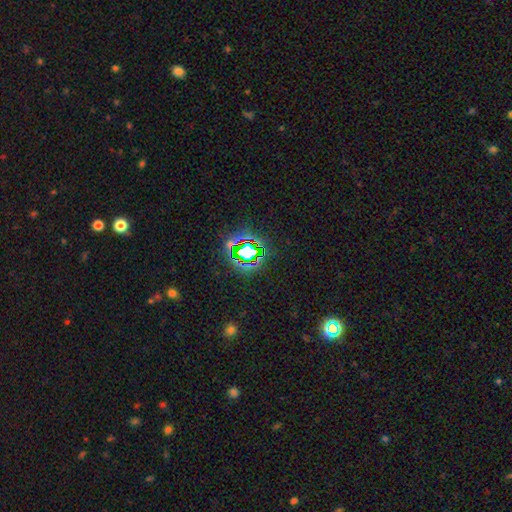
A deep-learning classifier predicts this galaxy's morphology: star or artifact 75%, smooth 15%, featured or disk 10%.